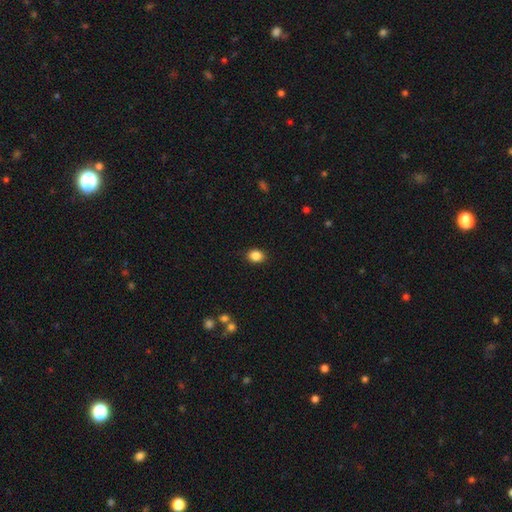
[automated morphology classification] smooth-or-featured: smooth: 86% | star or artifact: 10% | featured or disk: 4%
  how-rounded: in between: 51% | round: 48% | cigar-shaped: 1%
  merging: none: 89% | minor disturbance: 8% | major disturbance: 2% | merger: 1%